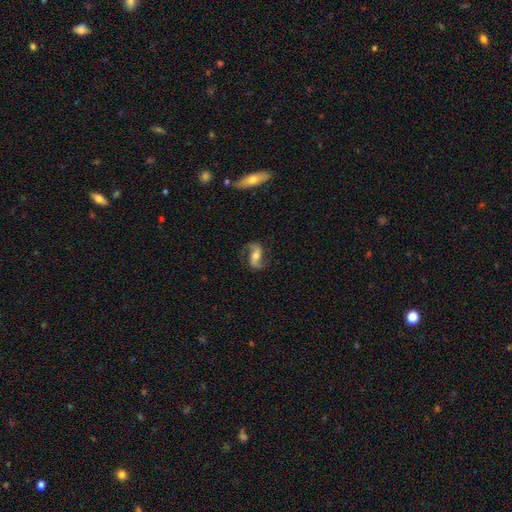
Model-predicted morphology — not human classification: This appears to be a featured or disk galaxy (84%) with a weak bar (38%), 2 (93%) loose (56%) spiral arms (96%) and a moderate central bulge (59%). Merging: none (77%).